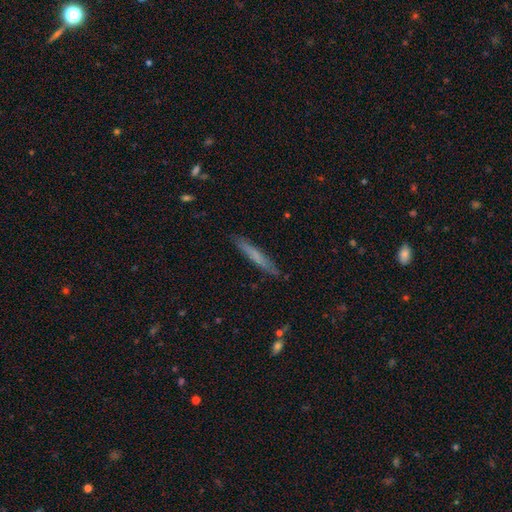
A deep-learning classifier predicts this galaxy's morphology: Q: Smooth or featured?
A: smooth (64%); runner-up: featured or disk (30%)
Q: How rounded?
A: cigar-shaped (95%); runner-up: in between (4%)
Q: Merging?
A: none (88%); runner-up: minor disturbance (9%)